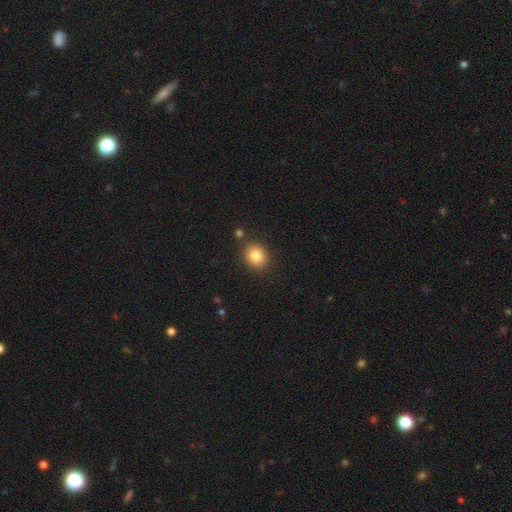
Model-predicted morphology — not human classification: Smooth or featured?
  - smooth: 83% *
  - star or artifact: 10%
  - featured or disk: 7%
How rounded?
  - round: 64% *
  - in between: 35%
  - cigar-shaped: 1%
Merging?
  - none: 84% *
  - minor disturbance: 9%
  - merger: 4%
  - major disturbance: 3%